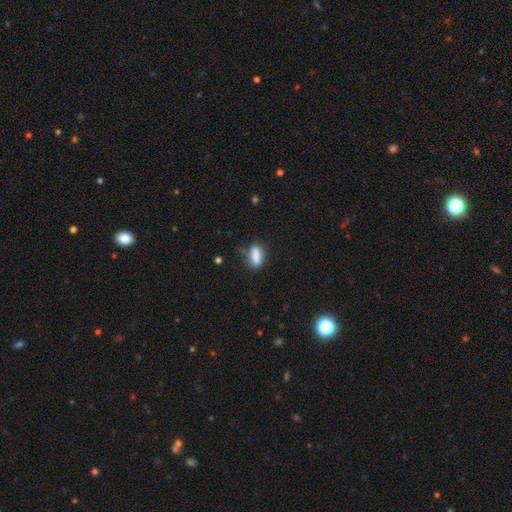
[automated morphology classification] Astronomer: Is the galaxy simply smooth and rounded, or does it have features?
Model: smooth — 83%.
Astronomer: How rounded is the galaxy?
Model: in between — 64%.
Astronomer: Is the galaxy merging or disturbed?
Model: none — 72%.